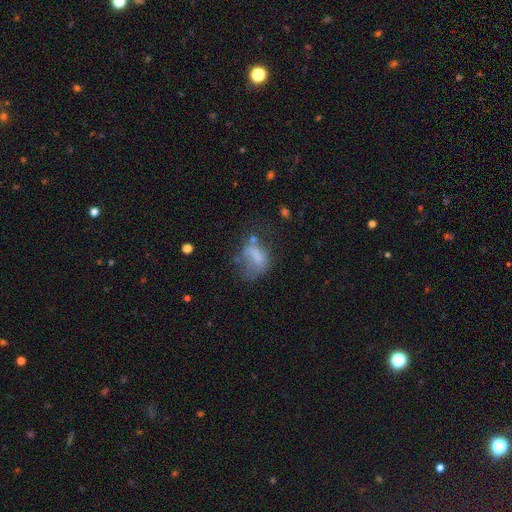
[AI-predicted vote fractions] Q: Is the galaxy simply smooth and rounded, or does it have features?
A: smooth — 58%.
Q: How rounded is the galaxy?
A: in between — 71%.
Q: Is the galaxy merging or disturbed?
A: major disturbance — 42%.